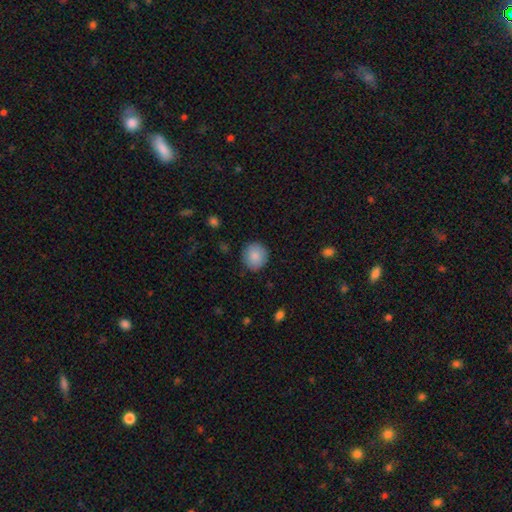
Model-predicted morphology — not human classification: The model was most divided on "smooth or featured": smooth: 87%, star or artifact: 7%, featured or disk: 6%. More confident: how rounded — round (90%); merging — none (89%).